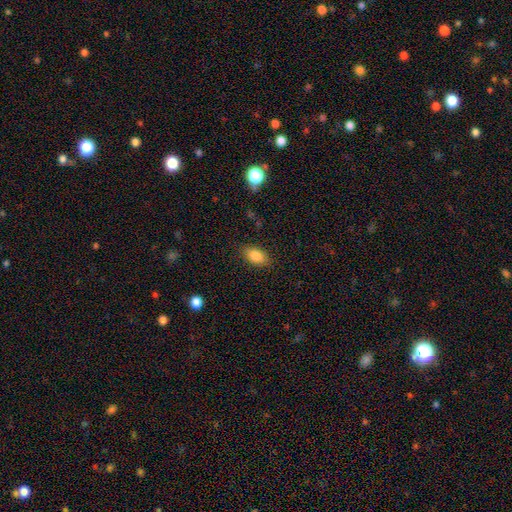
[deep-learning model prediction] smooth 84%, star or artifact 9%, featured or disk 7%. Down the decision tree: how rounded — in between (89%); merging — none (86%).